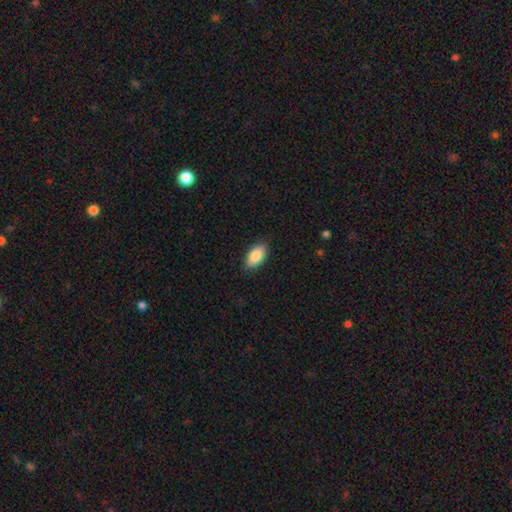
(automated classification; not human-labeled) The model was most divided on "merging": none: 87%, minor disturbance: 10%, major disturbance: 2%, merger: 1%. More confident: how rounded — in between (93%); smooth or featured — smooth (88%).